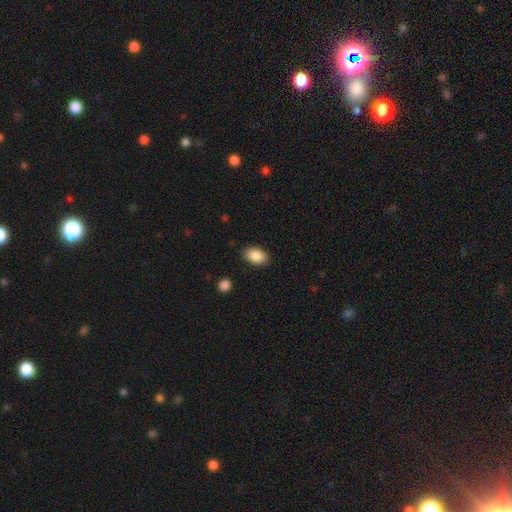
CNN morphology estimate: Smooth or featured?
  - smooth: 89% *
  - star or artifact: 7%
  - featured or disk: 4%
How rounded?
  - in between: 89% *
  - round: 10%
  - cigar-shaped: 1%
Merging?
  - none: 88% *
  - minor disturbance: 9%
  - major disturbance: 2%
  - merger: 1%